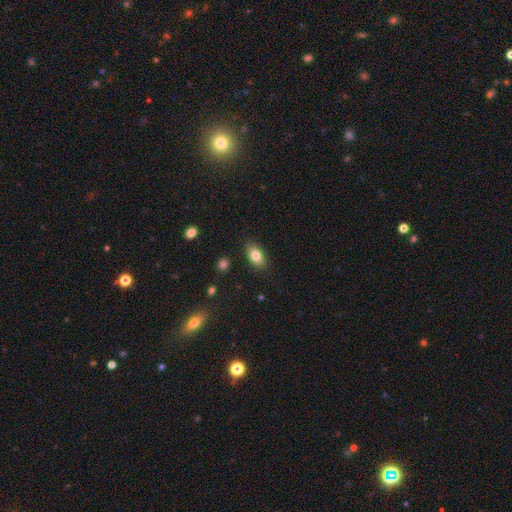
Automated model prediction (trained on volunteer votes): This appears to be a smooth galaxy with no disk features (80%) that is in between round and cigar-shaped (88%). Merging: none (85%).